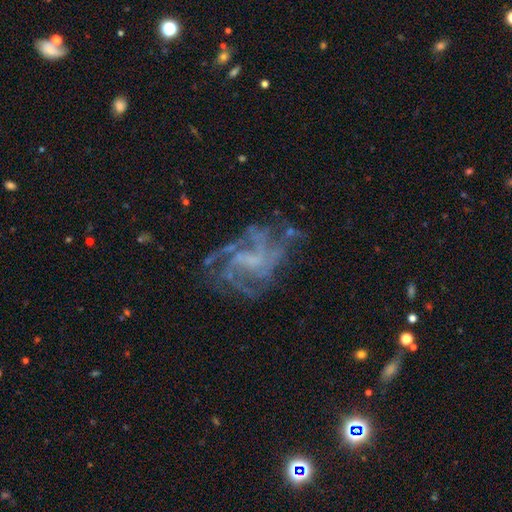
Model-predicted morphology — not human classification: Smooth or featured? featured or disk (74%)
Edge-on disk? no (97%)
Bar? no (45%)
Spiral arms? yes (91%)
Spiral winding? medium (46%)
Spiral arm count? can't tell (30%)
Bulge size? small (41%)
Merging? none (68%)